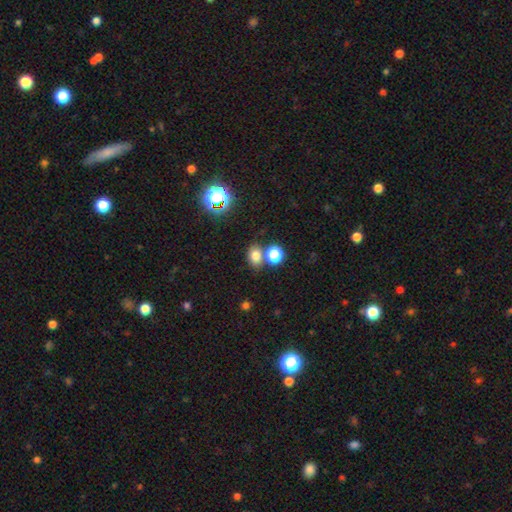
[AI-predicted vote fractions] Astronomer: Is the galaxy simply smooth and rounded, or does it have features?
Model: smooth — 73%.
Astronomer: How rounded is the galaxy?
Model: in between — 56% (runner-up: round, 43%).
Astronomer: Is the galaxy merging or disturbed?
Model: none — 68%.